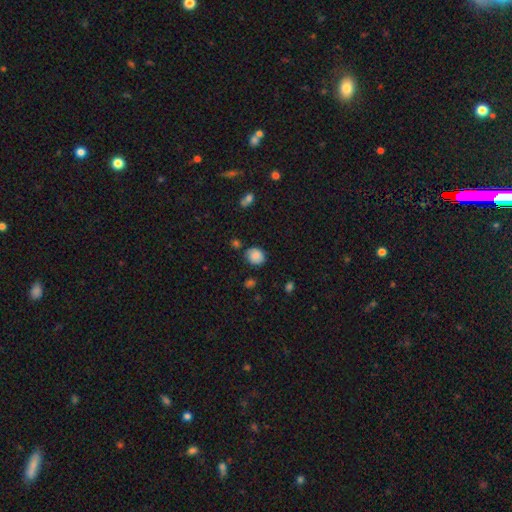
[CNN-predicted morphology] This appears to be a smooth galaxy with no disk features (78%) that is round (63%). Merging: none (69%).